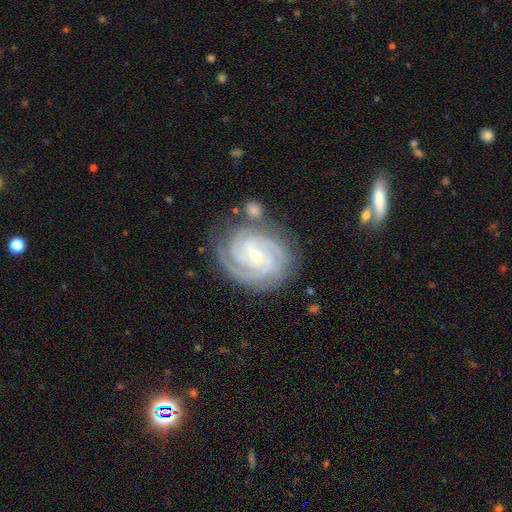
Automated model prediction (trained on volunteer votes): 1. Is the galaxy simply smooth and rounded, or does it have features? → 92% featured or disk, 5% star or artifact, 3% smooth.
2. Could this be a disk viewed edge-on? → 98% no, 2% yes.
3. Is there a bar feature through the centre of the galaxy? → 45% no, 36% weak, 18% strong.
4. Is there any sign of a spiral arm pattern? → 99% yes, 1% no.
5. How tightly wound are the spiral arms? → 83% tight, 16% medium, 2% loose.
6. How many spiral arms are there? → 39% 3, 35% 4, 9% 2, 7% can't tell, 6% more than 4, 5% 1.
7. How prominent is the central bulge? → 62% small, 35% moderate, 1% large, 1% none, 1% dominant.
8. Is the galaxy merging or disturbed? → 77% none, 15% minor disturbance, 5% merger, 4% major disturbance.